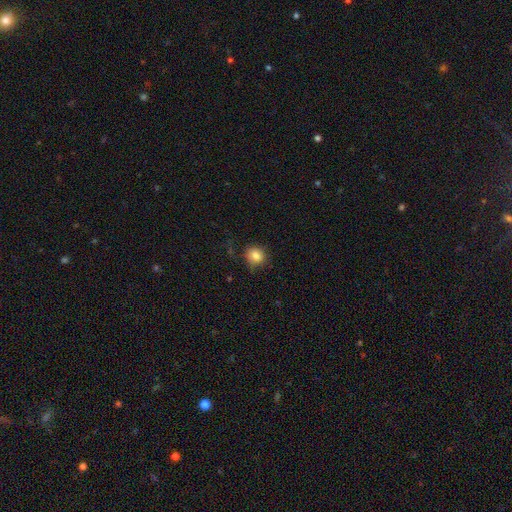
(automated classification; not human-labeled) Smooth or featured? smooth (82%)
How rounded? round (83%)
Merging? none (76%)